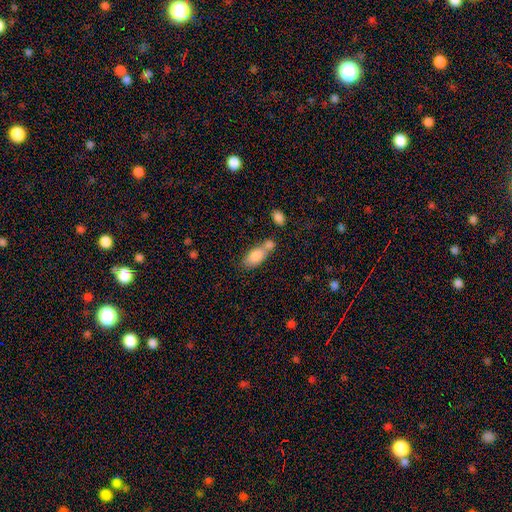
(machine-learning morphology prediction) Smooth or featured?
  - smooth: 82% *
  - featured or disk: 11%
  - star or artifact: 7%
How rounded?
  - in between: 86% *
  - cigar-shaped: 10%
  - round: 4%
Merging?
  - merger: 46% *
  - none: 36%
  - minor disturbance: 13%
  - major disturbance: 5%